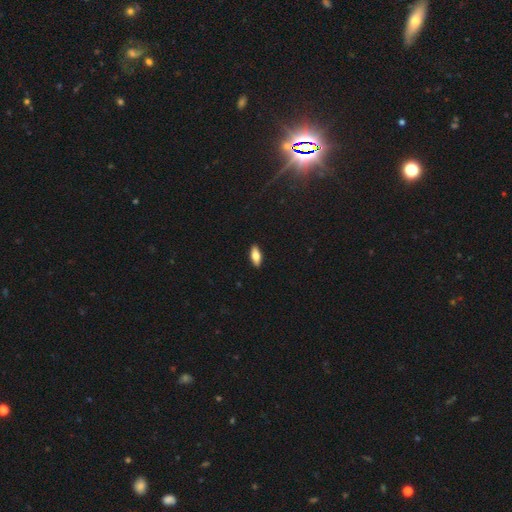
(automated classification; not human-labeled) A smooth galaxy with no disk features (75%) that is in between round and cigar-shaped (77%). Merging: none (90%).